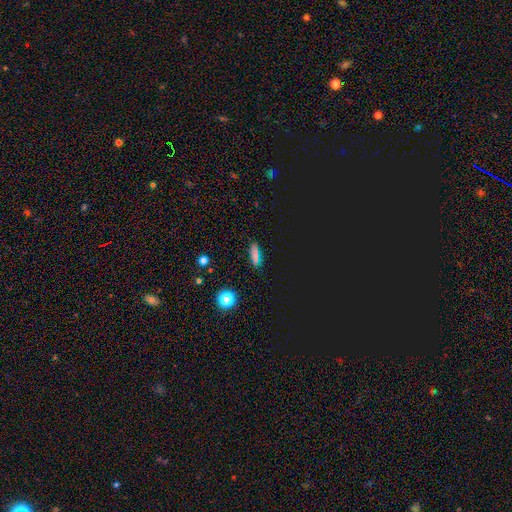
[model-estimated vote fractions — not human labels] Q: Smooth or featured?
A: smooth (61%); runner-up: star or artifact (31%)
Q: How rounded?
A: cigar-shaped (48%); runner-up: in between (43%)
Q: Merging?
A: none (87%); runner-up: minor disturbance (9%)